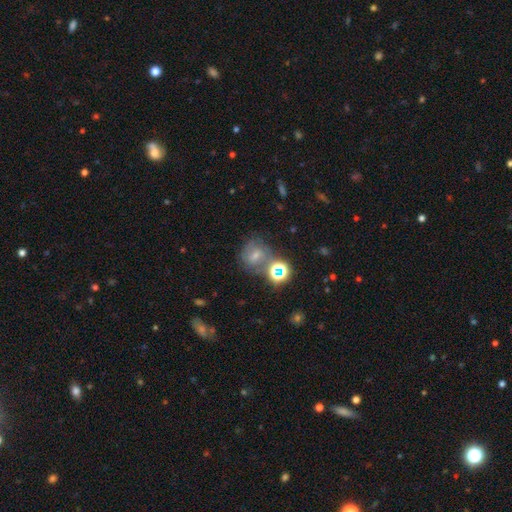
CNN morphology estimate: smooth_or_featured: smooth (p=0.48) [alt: star or artifact p=0.27]
merging: none (p=0.52) [alt: merger p=0.22]